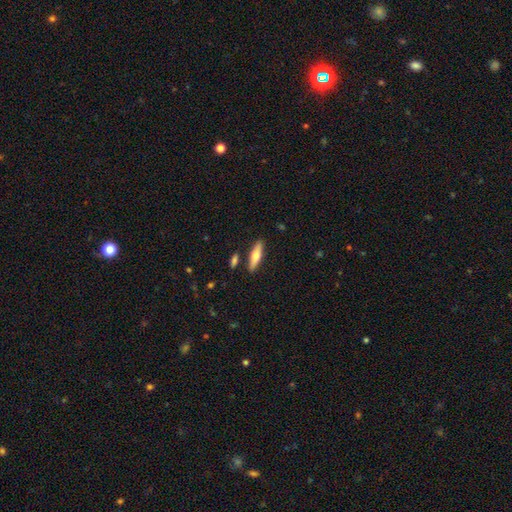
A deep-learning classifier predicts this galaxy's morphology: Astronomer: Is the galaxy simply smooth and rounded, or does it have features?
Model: smooth — 58% (runner-up: featured or disk, 37%).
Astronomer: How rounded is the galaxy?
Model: cigar-shaped — 63%.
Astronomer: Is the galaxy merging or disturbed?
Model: none — 85%.